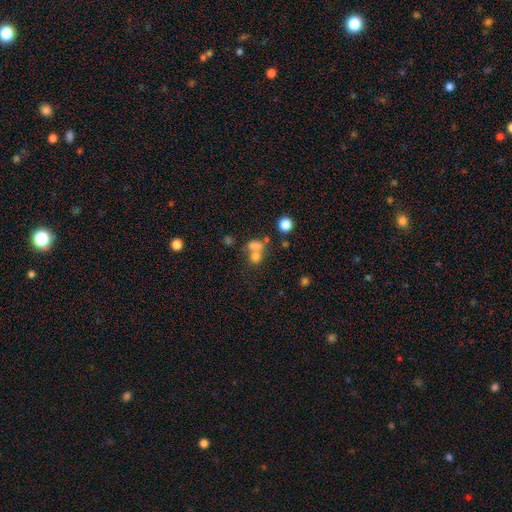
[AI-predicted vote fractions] Smooth or featured?
  - smooth: 70% *
  - star or artifact: 17%
  - featured or disk: 13%
How rounded?
  - round: 59% *
  - in between: 39%
  - cigar-shaped: 2%
Merging?
  - merger: 51% *
  - none: 34%
  - minor disturbance: 8%
  - major disturbance: 7%